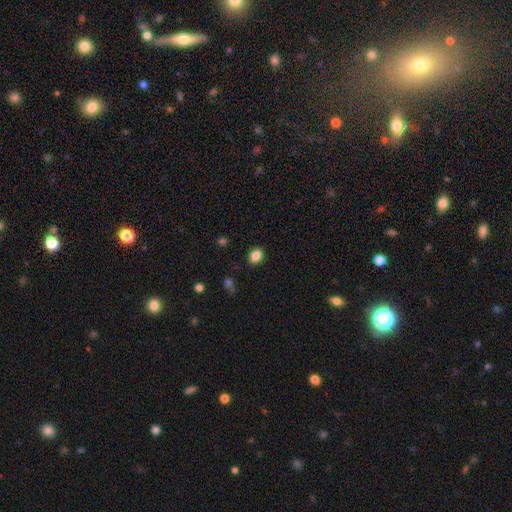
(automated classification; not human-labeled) Overall: smooth (86%). How rounded: in between (62%; round 37%). Merging: none (87%).